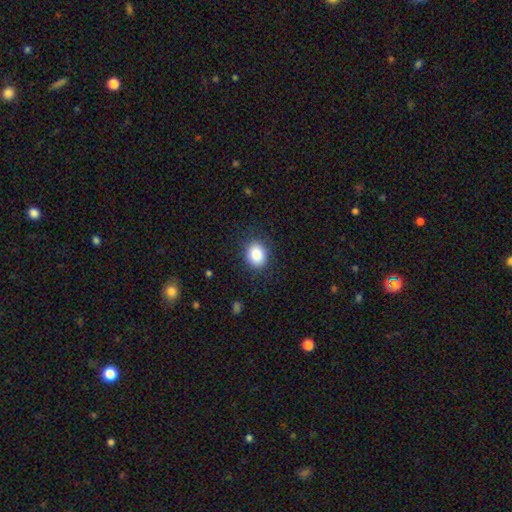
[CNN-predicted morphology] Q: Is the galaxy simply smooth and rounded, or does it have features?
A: smooth — 85%.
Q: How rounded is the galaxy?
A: round — 65%.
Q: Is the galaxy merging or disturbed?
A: none — 85%.